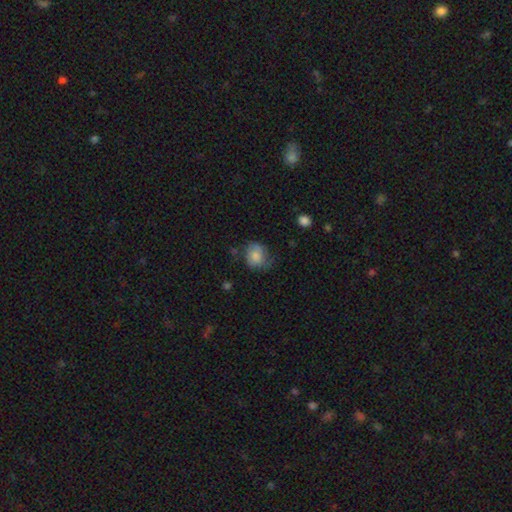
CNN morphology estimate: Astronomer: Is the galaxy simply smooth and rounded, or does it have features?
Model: smooth — 75%.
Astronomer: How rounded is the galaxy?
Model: round — 62% (runner-up: in between, 37%).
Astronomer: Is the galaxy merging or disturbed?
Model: none — 54% (runner-up: minor disturbance, 31%).